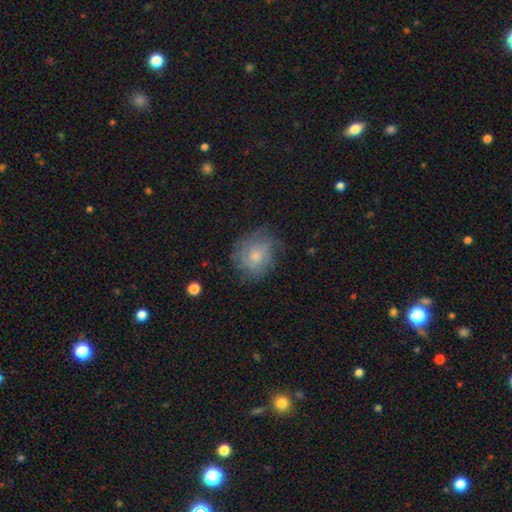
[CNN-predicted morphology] Smooth or featured? Predicted: smooth (p=0.50). How rounded? Predicted: round (p=0.76). Merging? Predicted: none (p=0.66).